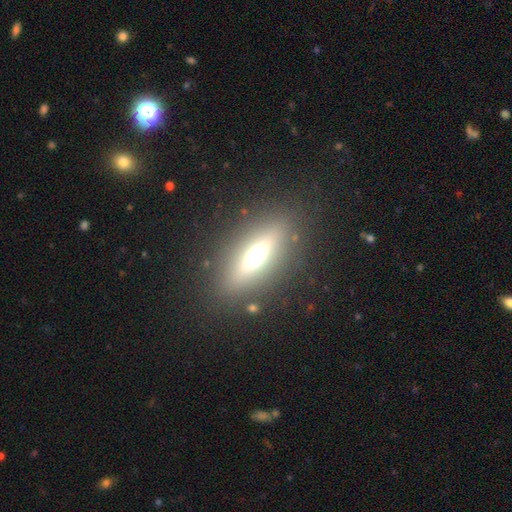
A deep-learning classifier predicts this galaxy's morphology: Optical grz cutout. It shows a featured or disk galaxy (51%) viewed edge-on (81%). Merging: none (85%).